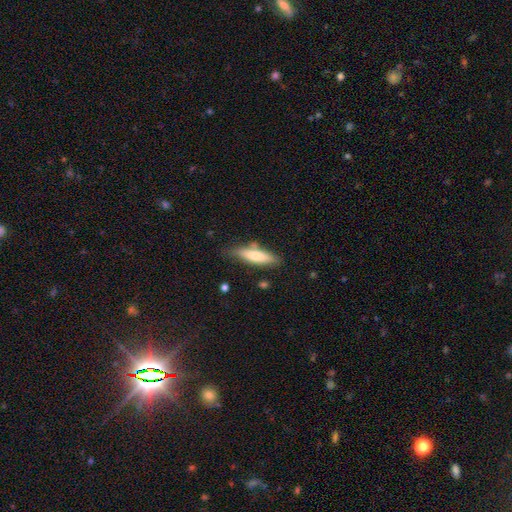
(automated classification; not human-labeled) Overall: smooth (69%). How rounded: cigar-shaped (63%; in between 35%). Merging: none (73%).